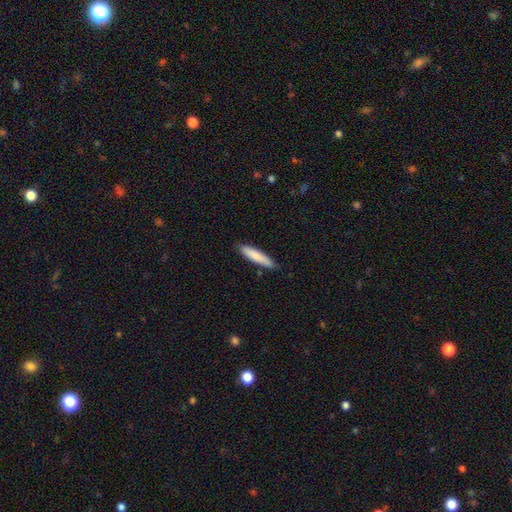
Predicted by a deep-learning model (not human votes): This appears to be a smooth galaxy with no disk features (82%) that is cigar-shaped (87%). Merging: none (85%).